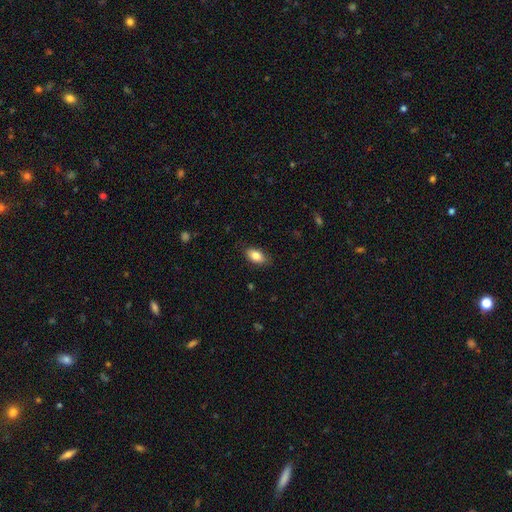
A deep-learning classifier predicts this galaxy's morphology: smooth_or_featured: smooth (p=0.83) [alt: featured or disk p=0.09]
how_rounded: in between (p=0.90) [alt: round p=0.05]
merging: none (p=0.84) [alt: minor disturbance p=0.12]